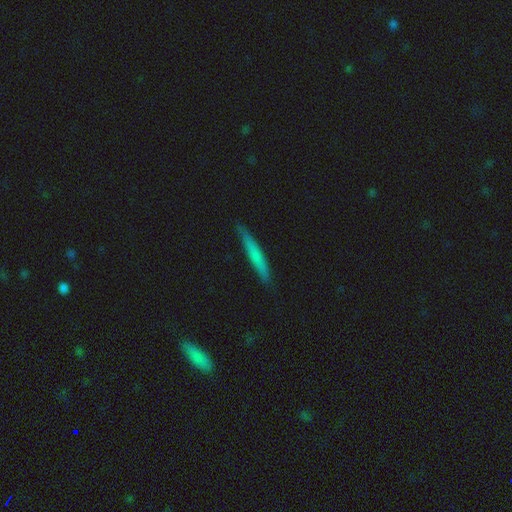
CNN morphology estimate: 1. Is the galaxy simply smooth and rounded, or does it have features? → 63% smooth, 31% featured or disk, 6% star or artifact.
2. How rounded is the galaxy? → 95% cigar-shaped, 3% in between, 1% round.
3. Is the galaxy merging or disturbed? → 86% none, 11% minor disturbance, 2% major disturbance, 1% merger.